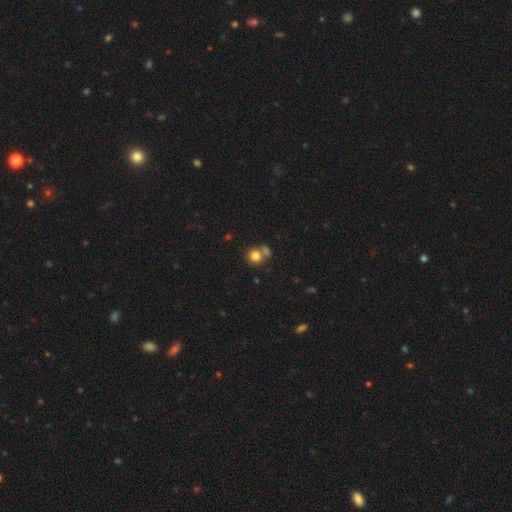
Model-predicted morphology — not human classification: This appears to be a smooth galaxy with no disk features (80%) that is round (87%). Merging: none (54%).